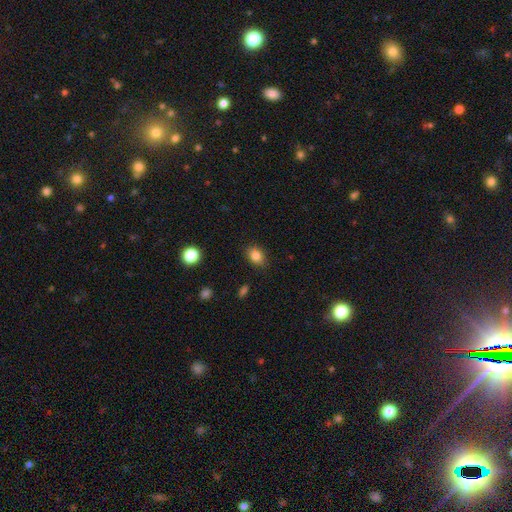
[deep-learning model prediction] Smooth or featured? Predicted: smooth (p=0.84). How rounded? Predicted: in between (p=0.64). Merging? Predicted: none (p=0.84).